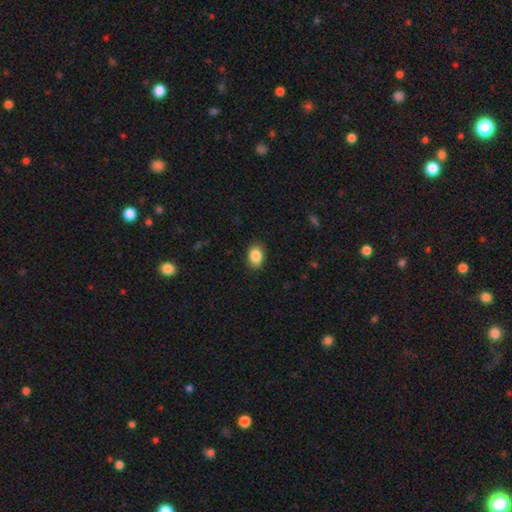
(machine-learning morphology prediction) Smooth or featured? Predicted: smooth (p=0.87). How rounded? Predicted: in between (p=0.77). Merging? Predicted: none (p=0.87).